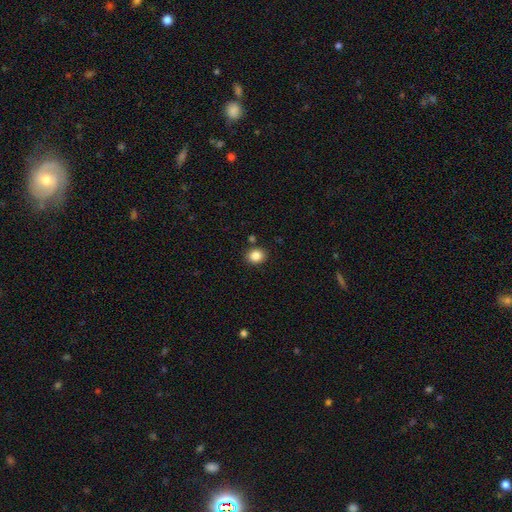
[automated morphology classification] This appears to be a smooth galaxy with no disk features (86%) that is round (66%). Merging: none (86%).